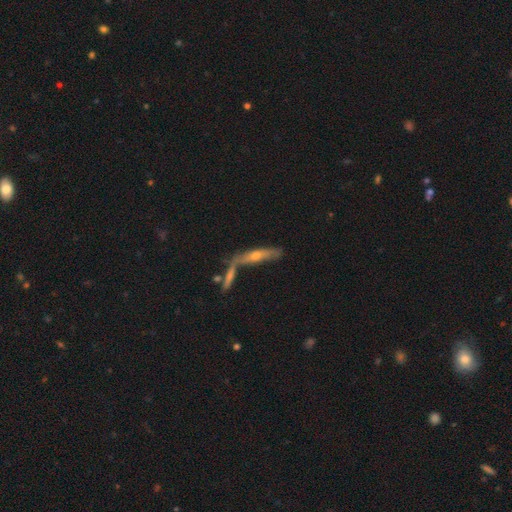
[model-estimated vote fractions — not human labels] Smooth or featured? featured or disk (57%)
Edge-on disk? yes (84%)
Merging? none (50%)